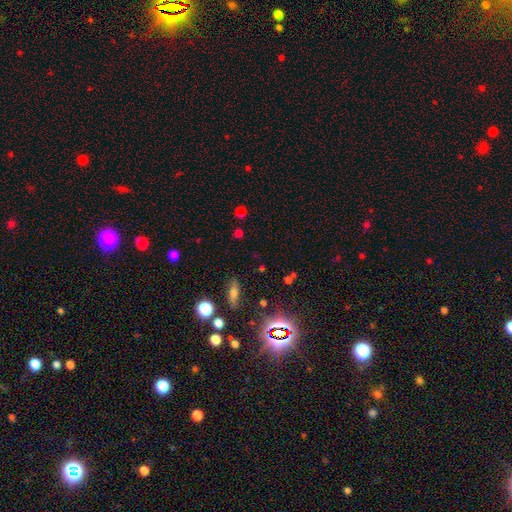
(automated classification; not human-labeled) This appears to be a smooth galaxy with no disk features (48%). Merging: none (81%).